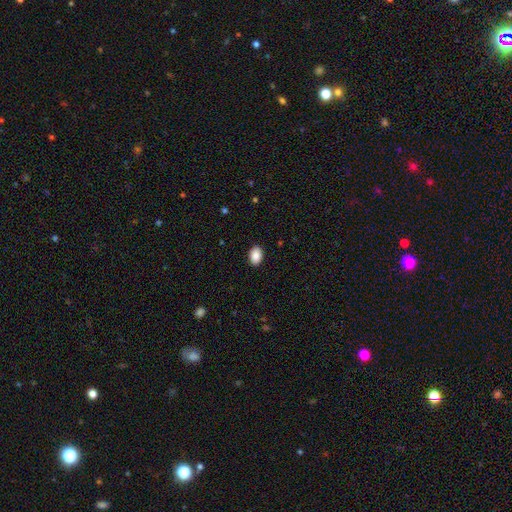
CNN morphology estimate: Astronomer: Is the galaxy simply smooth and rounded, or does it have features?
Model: smooth — 89%.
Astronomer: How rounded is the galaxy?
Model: in between — 89%.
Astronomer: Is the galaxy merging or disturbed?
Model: none — 90%.